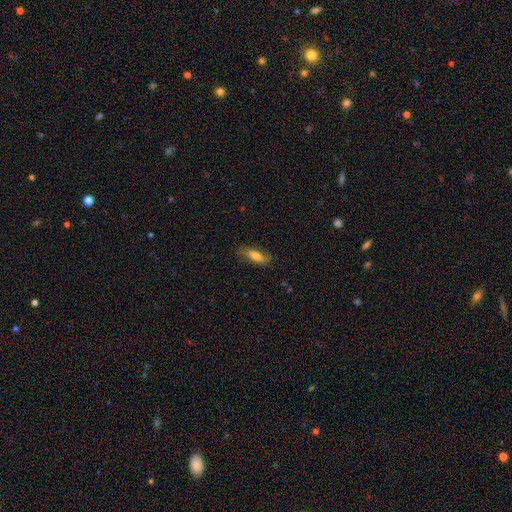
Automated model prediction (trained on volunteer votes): smooth_or_featured: smooth (p=0.63) [alt: featured or disk p=0.29]
how_rounded: in between (p=0.59) [alt: cigar-shaped p=0.38]
merging: none (p=0.74) [alt: minor disturbance p=0.20]